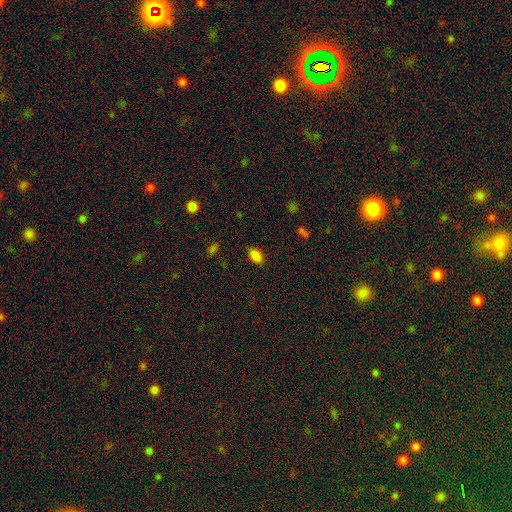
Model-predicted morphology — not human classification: Smooth or featured? Predicted: smooth (p=0.84). How rounded? Predicted: in between (p=0.88). Merging? Predicted: none (p=0.84).